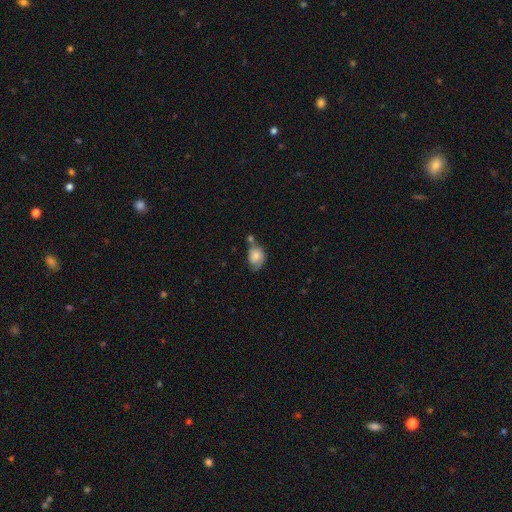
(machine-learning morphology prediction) Smooth or featured? smooth (72%)
How rounded? in between (67%)
Merging? none (40%)